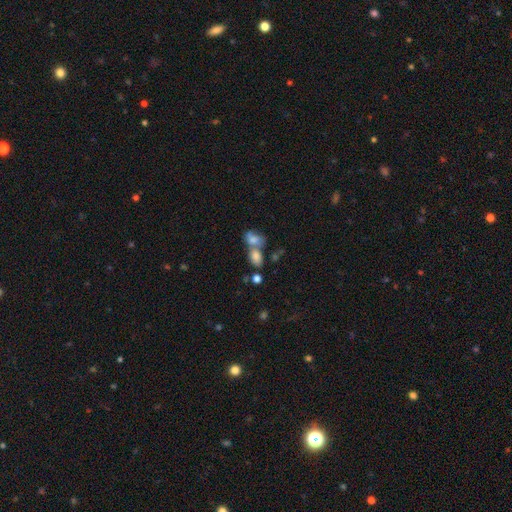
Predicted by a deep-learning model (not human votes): smooth_or_featured: smooth (p=0.76) [alt: featured or disk p=0.13]
how_rounded: in between (p=0.79) [alt: round p=0.19]
merging: merger (p=0.56) [alt: none p=0.30]